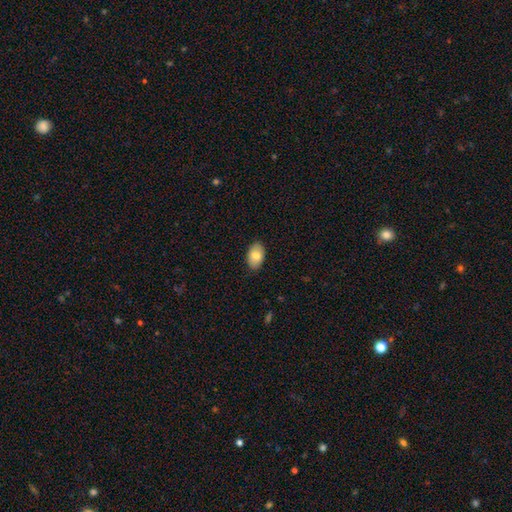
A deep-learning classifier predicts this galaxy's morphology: Q: Smooth or featured?
A: smooth (80%); runner-up: featured or disk (13%)
Q: How rounded?
A: in between (91%); runner-up: round (8%)
Q: Merging?
A: none (86%); runner-up: minor disturbance (11%)